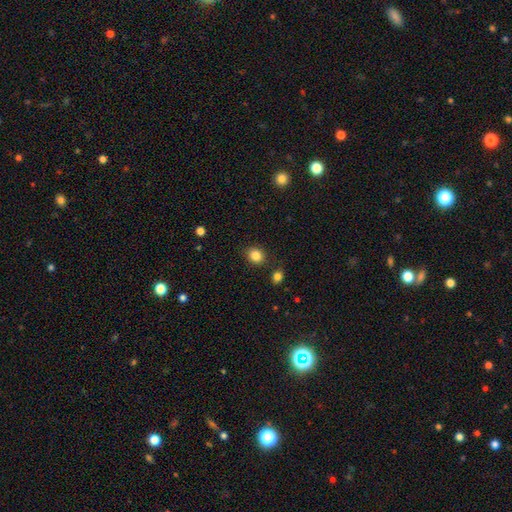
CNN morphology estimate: Smooth or featured? smooth (84%)
How rounded? round (72%)
Merging? none (85%)